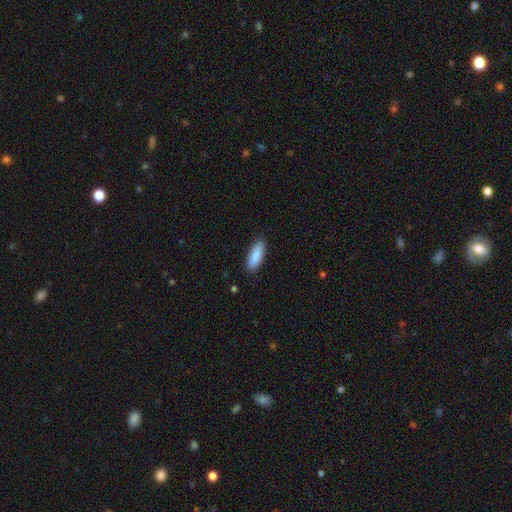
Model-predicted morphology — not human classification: The model was most divided on "how rounded": in between: 62%, cigar-shaped: 36%, round: 2%. More confident: smooth or featured — smooth (90%); merging — none (88%).